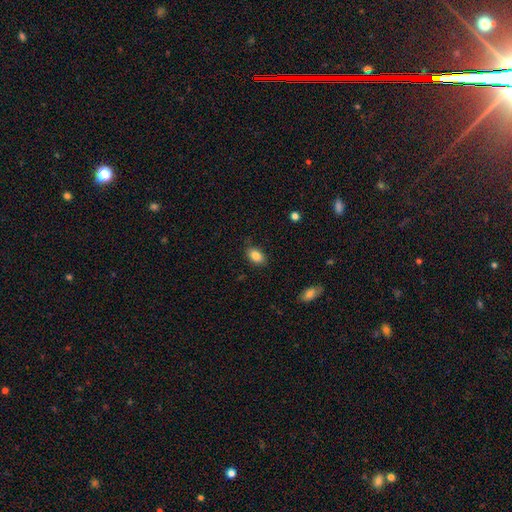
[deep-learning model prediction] Q: Smooth or featured?
A: smooth (85%); runner-up: star or artifact (8%)
Q: How rounded?
A: in between (88%); runner-up: round (11%)
Q: Merging?
A: none (82%); runner-up: minor disturbance (14%)